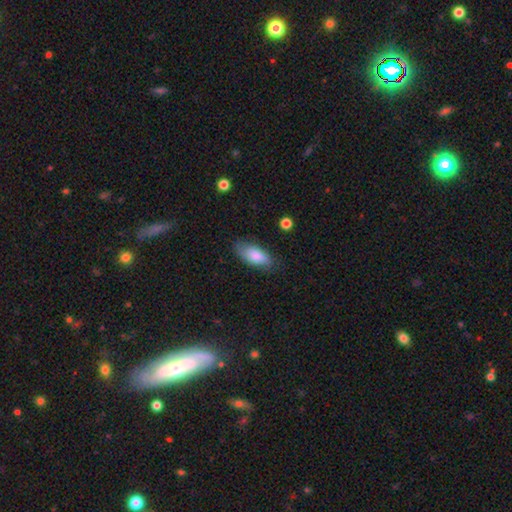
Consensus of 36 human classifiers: Overall: smooth (83%). How rounded: in between (90%). Merging: none (80%).